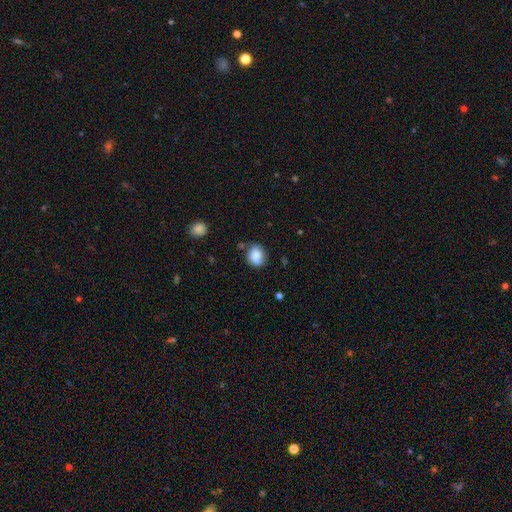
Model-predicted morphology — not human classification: smooth-or-featured: smooth: 82% | featured or disk: 10% | star or artifact: 8%
  how-rounded: round: 54% | in between: 45% | cigar-shaped: 1%
  merging: none: 76% | minor disturbance: 16% | merger: 4% | major disturbance: 3%